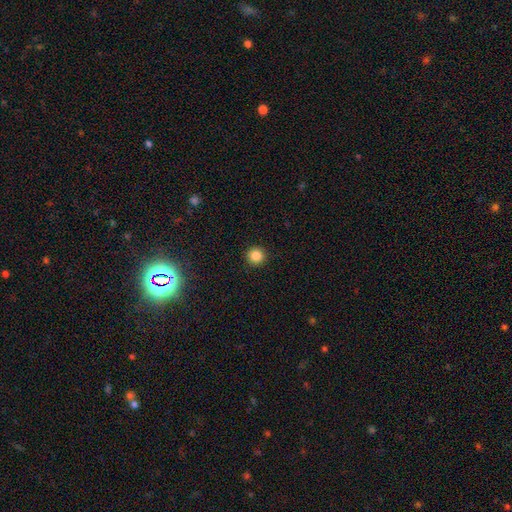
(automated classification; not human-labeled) This appears to be a smooth galaxy with no disk features (86%) that is round (95%). Merging: none (93%).